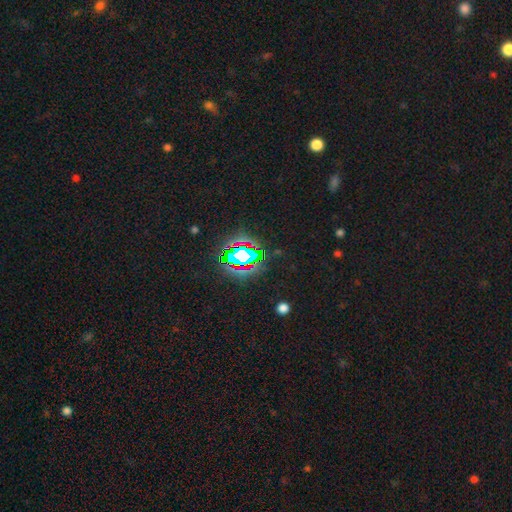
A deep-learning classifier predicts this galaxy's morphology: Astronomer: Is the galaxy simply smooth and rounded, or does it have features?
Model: star or artifact — 79%.